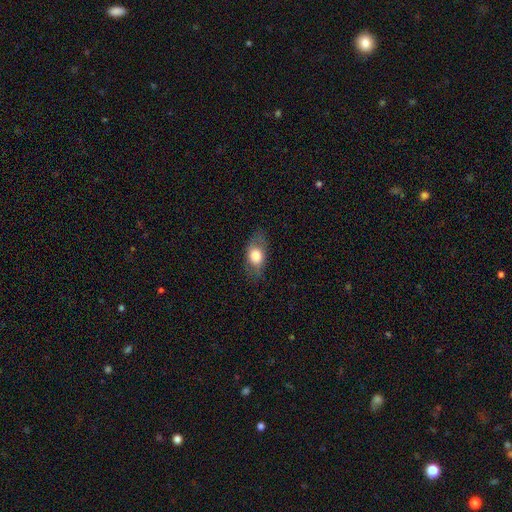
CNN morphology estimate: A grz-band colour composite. It shows a smooth galaxy with no disk features (69%) that is in between round and cigar-shaped (81%). Merging: none (73%).